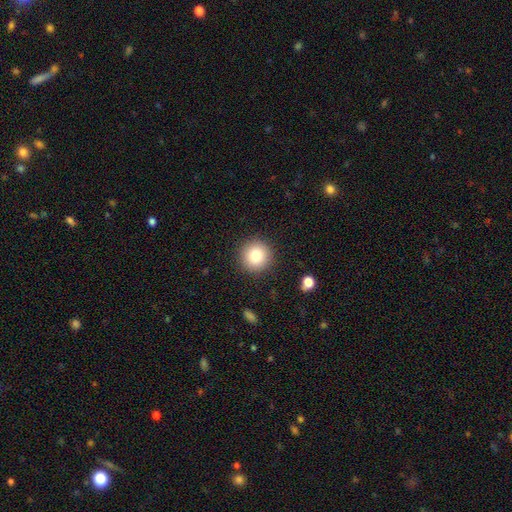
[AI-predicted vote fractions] smooth-or-featured: smooth: 81% | star or artifact: 10% | featured or disk: 9%
  how-rounded: round: 94% | in between: 5% | cigar-shaped: 1%
  merging: none: 91% | minor disturbance: 6% | major disturbance: 2% | merger: 1%